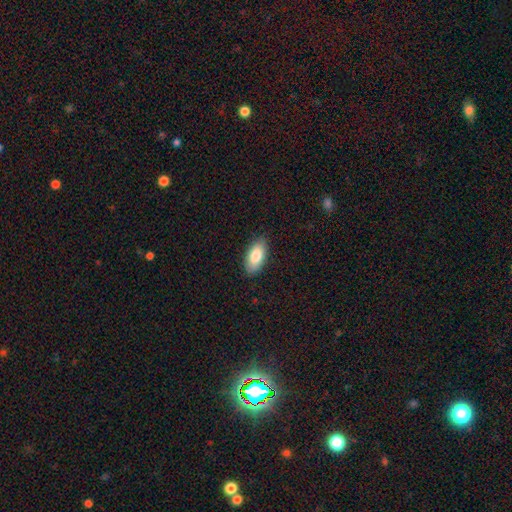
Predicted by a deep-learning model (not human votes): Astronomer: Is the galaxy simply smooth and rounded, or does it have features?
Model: smooth — 82%.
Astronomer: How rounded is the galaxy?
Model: in between — 91%.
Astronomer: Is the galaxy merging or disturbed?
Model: none — 87%.